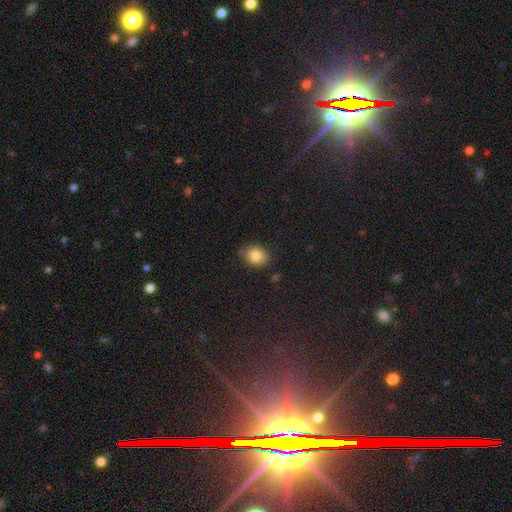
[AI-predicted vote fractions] A smooth galaxy with no disk features (82%) that is round (57%).

Vote fractions:
- Smooth or featured? smooth: 82% / star or artifact: 10% / featured or disk: 8%
- How rounded? round: 57% / in between: 42% / cigar-shaped: 1%
- Merging? none: 80% / minor disturbance: 15% / major disturbance: 3% / merger: 3%